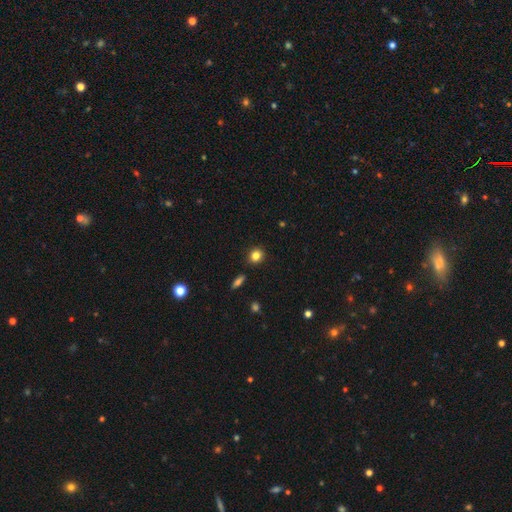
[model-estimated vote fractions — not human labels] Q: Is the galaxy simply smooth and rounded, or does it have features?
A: smooth — 83%.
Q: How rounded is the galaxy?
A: round — 78%.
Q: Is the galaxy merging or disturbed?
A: none — 89%.